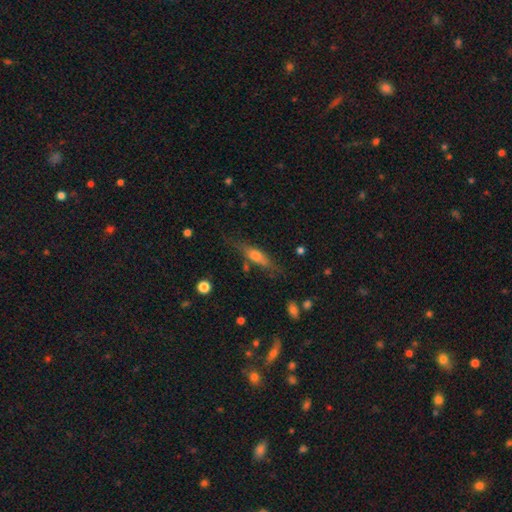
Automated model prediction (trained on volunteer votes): Smooth or featured? Predicted: smooth (p=0.51). How rounded? Predicted: cigar-shaped (p=0.63). Merging? Predicted: none (p=0.66).